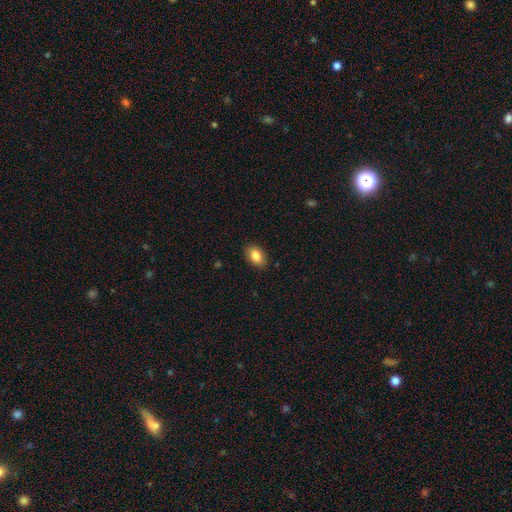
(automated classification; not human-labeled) The model was most divided on "how rounded": in between: 86%, round: 13%, cigar-shaped: 1%. More confident: merging — none (87%); smooth or featured — smooth (85%).